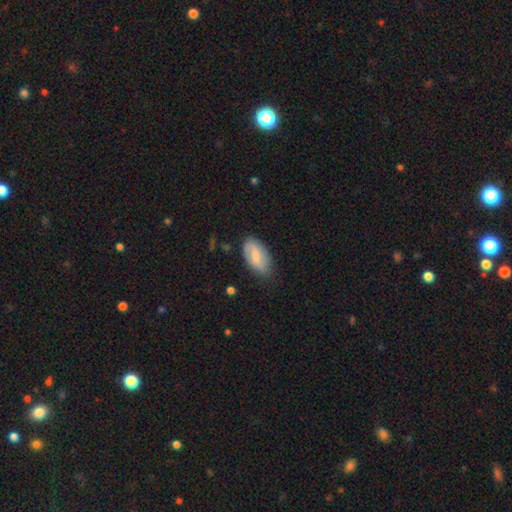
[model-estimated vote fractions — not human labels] This appears to be a smooth galaxy with no disk features (56%) that is in between round and cigar-shaped (93%). Merging: none (73%).